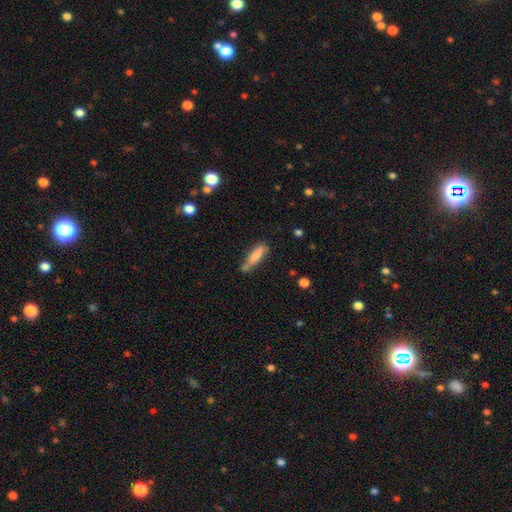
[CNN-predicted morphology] Smooth or featured? smooth (75%)
How rounded? cigar-shaped (76%)
Merging? none (61%)